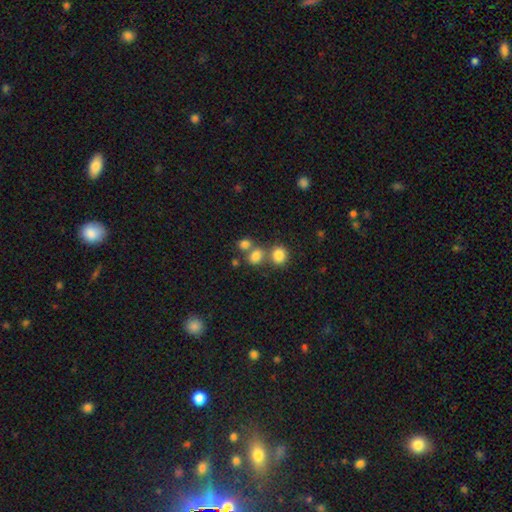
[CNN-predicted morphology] Smooth or featured?
  - smooth: 77% *
  - star or artifact: 14%
  - featured or disk: 9%
How rounded?
  - in between: 52% *
  - round: 47%
  - cigar-shaped: 1%
Merging?
  - none: 45% *
  - merger: 40%
  - minor disturbance: 10%
  - major disturbance: 5%